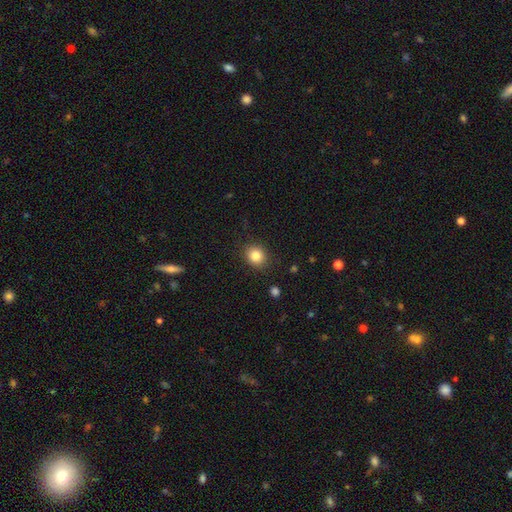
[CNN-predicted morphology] This is clearly a smooth galaxy (84%). How rounded: likely round (69%). Merging: clearly none (88%).